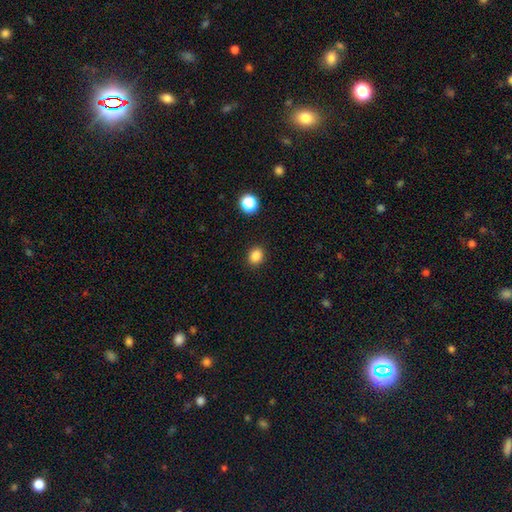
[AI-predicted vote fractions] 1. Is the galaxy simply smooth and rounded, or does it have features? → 85% smooth, 11% star or artifact, 4% featured or disk.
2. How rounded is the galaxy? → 55% round, 44% in between, 1% cigar-shaped.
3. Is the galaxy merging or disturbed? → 89% none, 7% minor disturbance, 2% major disturbance, 1% merger.